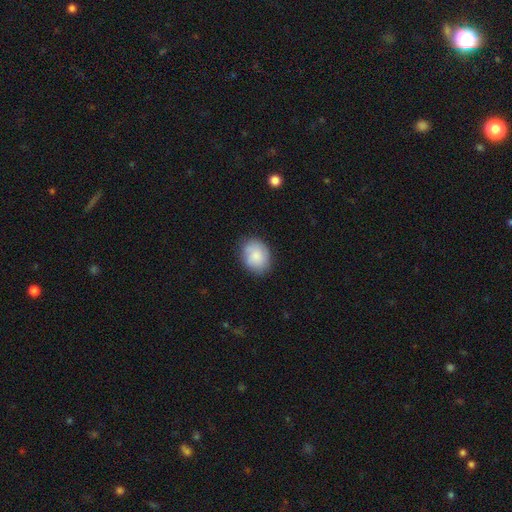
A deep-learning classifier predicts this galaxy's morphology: The model was most divided on "how rounded": in between: 60%, round: 39%, cigar-shaped: 1%. More confident: smooth or featured — smooth (81%); merging — none (77%).